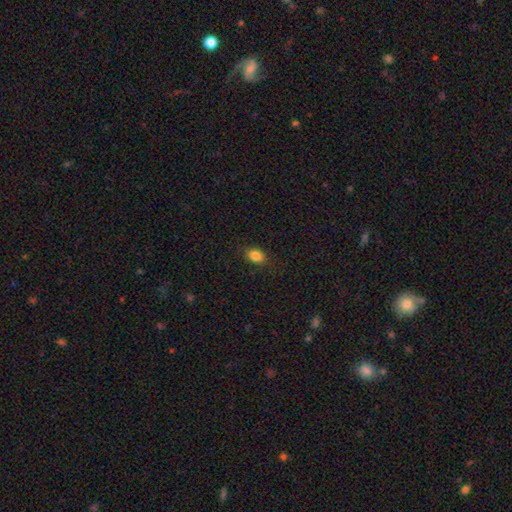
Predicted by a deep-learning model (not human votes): A smooth galaxy with no disk features (85%) that is in between round and cigar-shaped (75%).

Vote fractions:
- Smooth or featured? smooth: 85% / star or artifact: 10% / featured or disk: 5%
- How rounded? in between: 75% / round: 23% / cigar-shaped: 2%
- Merging? none: 85% / minor disturbance: 11% / major disturbance: 3% / merger: 1%